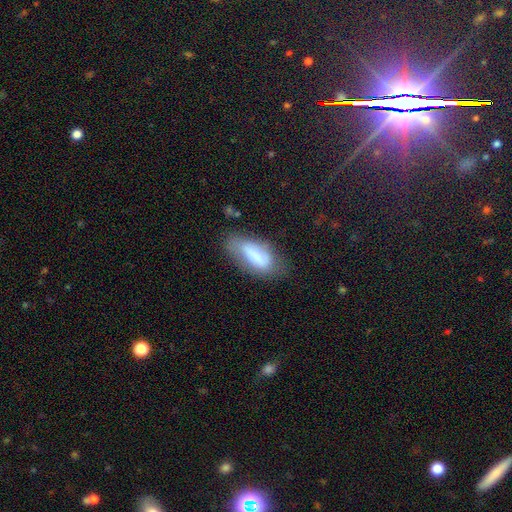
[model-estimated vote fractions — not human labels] Overall: smooth (67%). How rounded: in between (80%). Merging: none (53%; minor disturbance 29%).